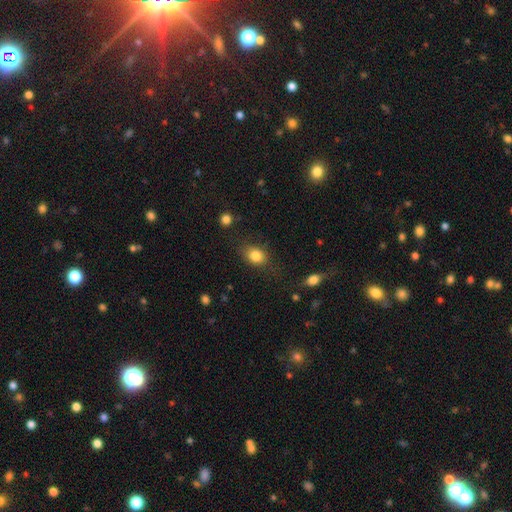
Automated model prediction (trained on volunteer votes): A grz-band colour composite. It shows a smooth galaxy with no disk features (83%) that is in between round and cigar-shaped (62%). Merging: none (76%).